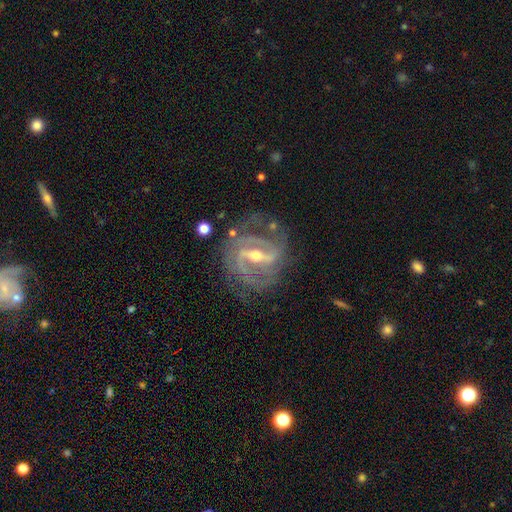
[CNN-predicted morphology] type=featured or disk (92%); edge-on=no (95%); bar=strong (71%); spiral arms=yes (97%); winding=tight (45%); arm count=2 (57%); bulge=moderate (54%); merging=none (71%).